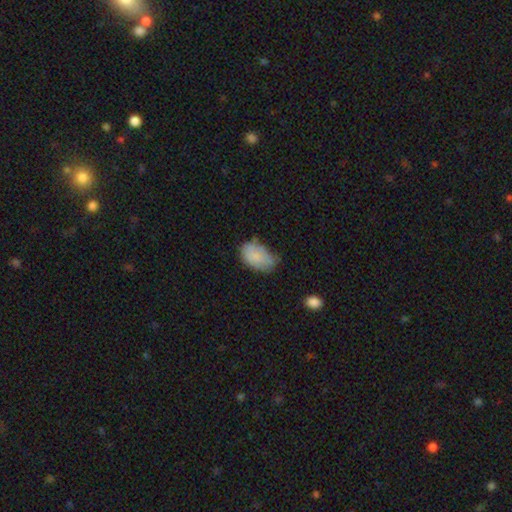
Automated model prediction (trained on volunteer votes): Morphology: type=smooth (80%); roundness=in between (89%); merging=none (45%).